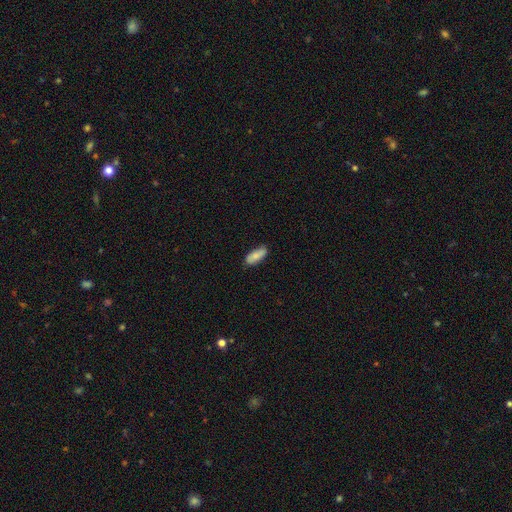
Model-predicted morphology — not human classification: smooth-or-featured: smooth: 77% | featured or disk: 17% | star or artifact: 6%
  how-rounded: in between: 77% | cigar-shaped: 21% | round: 2%
  merging: none: 81% | minor disturbance: 15% | major disturbance: 2% | merger: 1%